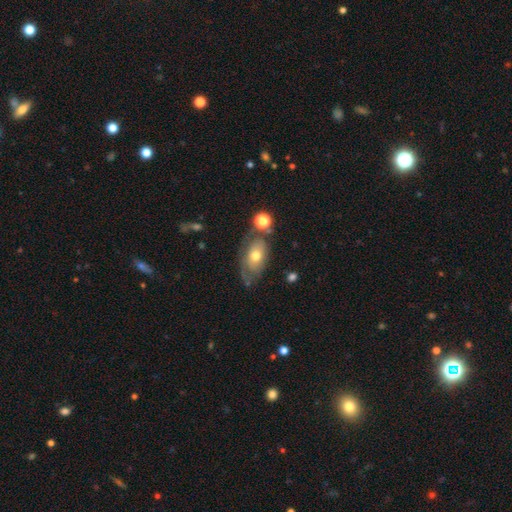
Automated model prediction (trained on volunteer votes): Q: Smooth or featured?
A: smooth (52%); runner-up: featured or disk (40%)
Q: How rounded?
A: in between (86%); runner-up: round (11%)
Q: Merging?
A: none (50%); runner-up: minor disturbance (25%)